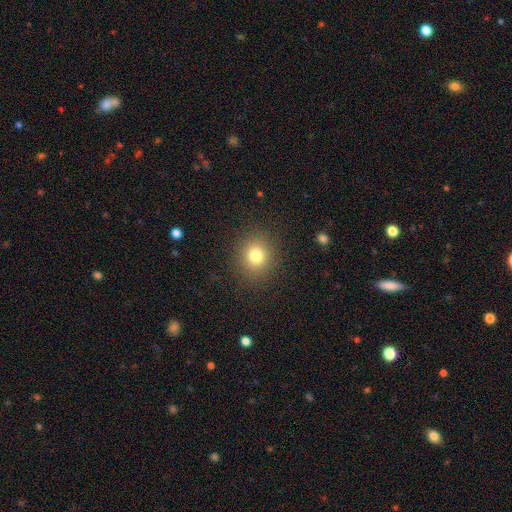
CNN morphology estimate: smooth 78%, star or artifact 13%, featured or disk 8%. Down the decision tree: how rounded — round (81%); merging — none (89%).